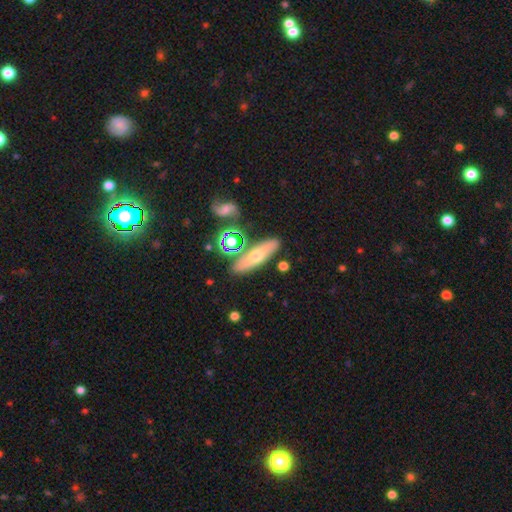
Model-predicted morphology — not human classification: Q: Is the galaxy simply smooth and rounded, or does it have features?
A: smooth — 48%.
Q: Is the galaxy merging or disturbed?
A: none — 81%.